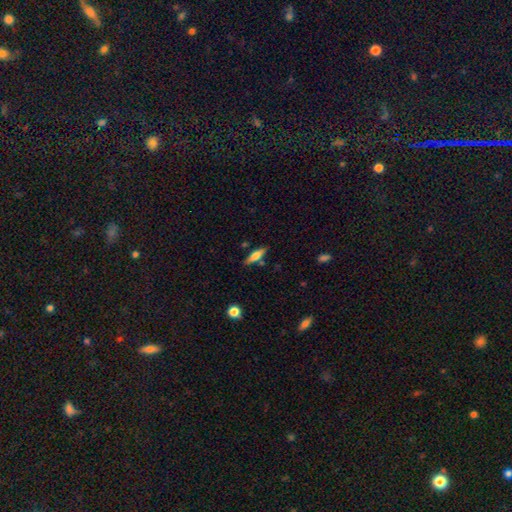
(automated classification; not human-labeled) Morphology: type=smooth (53%); roundness=cigar-shaped (59%); merging=none (81%).